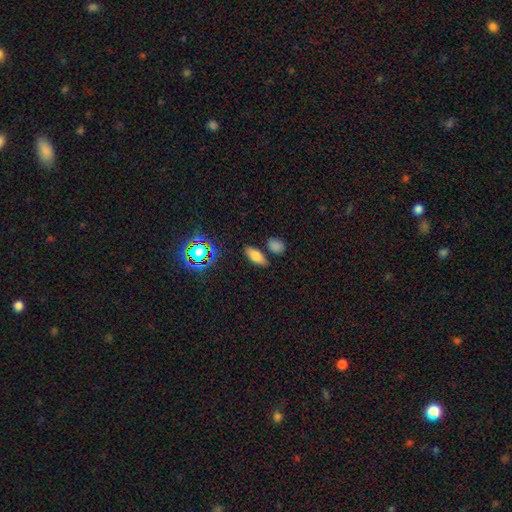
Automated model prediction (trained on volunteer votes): A smooth galaxy with no disk features (72%) that is in between round and cigar-shaped (74%). Merging: none (80%).